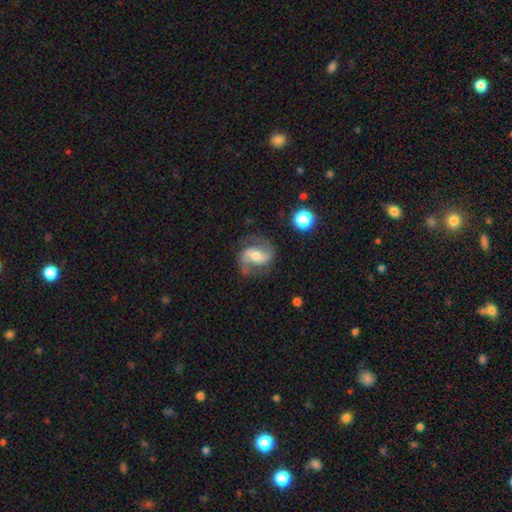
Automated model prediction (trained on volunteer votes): A featured or disk galaxy (85%) with a weak bar (46%), 2 (92%) medium (51%) spiral arms (96%) and a moderate central bulge (60%).

Vote fractions:
- Smooth or featured? featured or disk: 85% / smooth: 9% / star or artifact: 6%
- Edge-on disk? no: 98% / yes: 2%
- Bar? weak: 46% / no: 31% / strong: 22%
- Spiral arms? yes: 96% / no: 4%
- Spiral winding? medium: 51% / loose: 36% / tight: 13%
- Spiral arm count? 2: 92% / can't tell: 3% / 1: 2% / 3: 1% / 4: 1% / more than 4: 1%
- Bulge size? moderate: 60% / small: 30% / large: 6% / none: 2% / dominant: 1%
- Merging? none: 74% / minor disturbance: 16% / major disturbance: 8% / merger: 2%